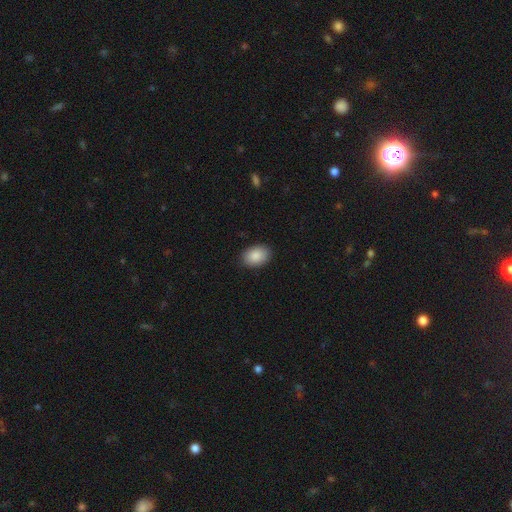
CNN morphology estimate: This appears to be a smooth galaxy with no disk features (89%) that is in between round and cigar-shaped (82%). Merging: none (89%).